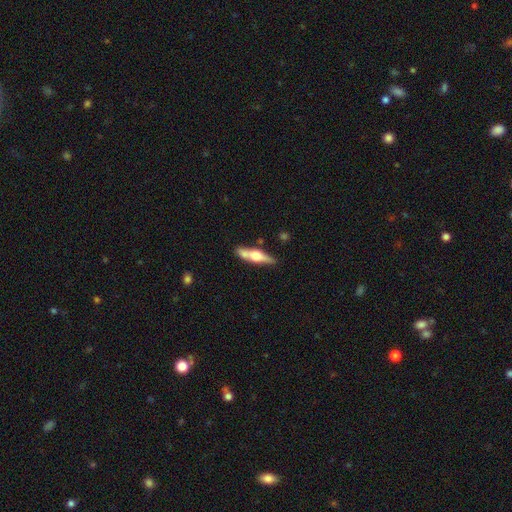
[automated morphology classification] smooth_or_featured: featured or disk (p=0.59) [alt: smooth p=0.35]
disk_edge_on: yes (p=0.93) [alt: no p=0.07]
edge_on_bulge: rounded (p=0.91) [alt: boxy p=0.07]
merging: none (p=0.68) [alt: minor disturbance p=0.14]